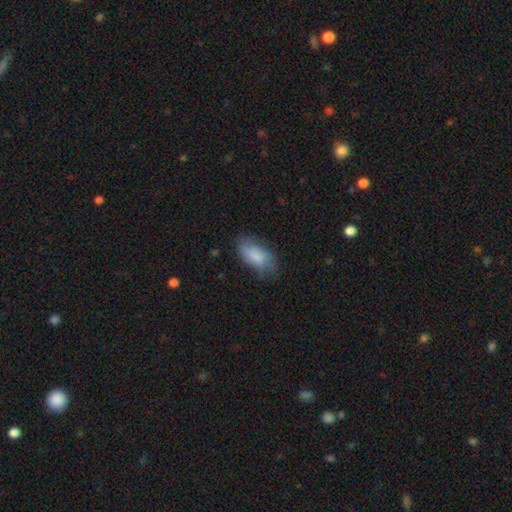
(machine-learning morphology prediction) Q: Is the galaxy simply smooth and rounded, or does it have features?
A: smooth — 74%.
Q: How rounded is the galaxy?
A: in between — 91%.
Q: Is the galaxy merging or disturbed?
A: none — 56%.